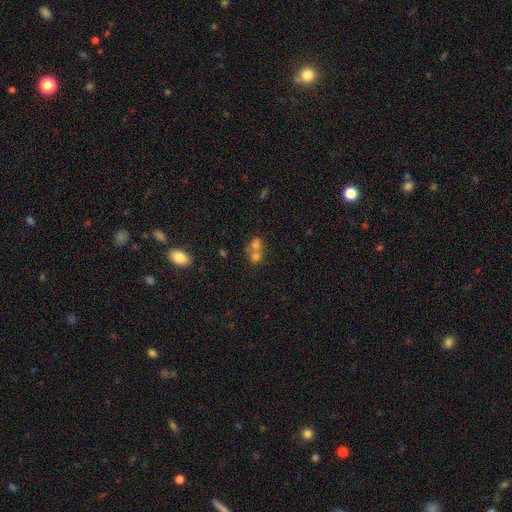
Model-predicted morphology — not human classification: smooth 65%, featured or disk 19%, star or artifact 16%. Down the decision tree: how rounded — round (63%); merging — merger (66%).